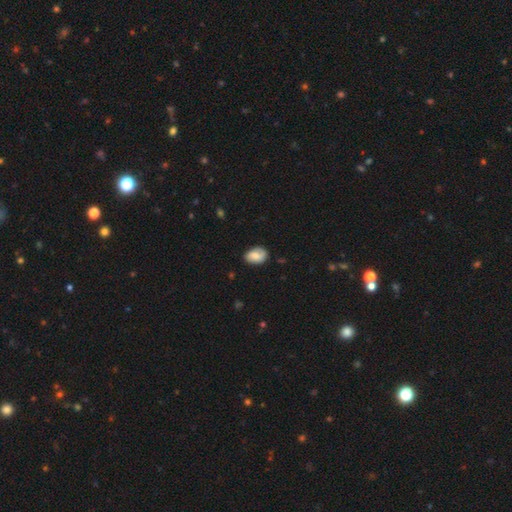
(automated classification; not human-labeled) A smooth galaxy with no disk features (71%) that is in between round and cigar-shaped (83%).

Vote fractions:
- Smooth or featured? smooth: 71% / featured or disk: 22% / star or artifact: 7%
- How rounded? in between: 83% / round: 16% / cigar-shaped: 1%
- Merging? none: 75% / minor disturbance: 19% / major disturbance: 4% / merger: 1%